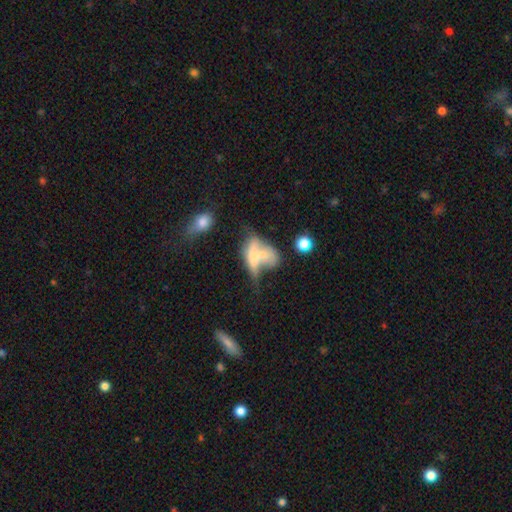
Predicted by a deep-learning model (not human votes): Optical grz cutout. It shows a smooth galaxy with no disk features (49%). Merging: merger (52%).